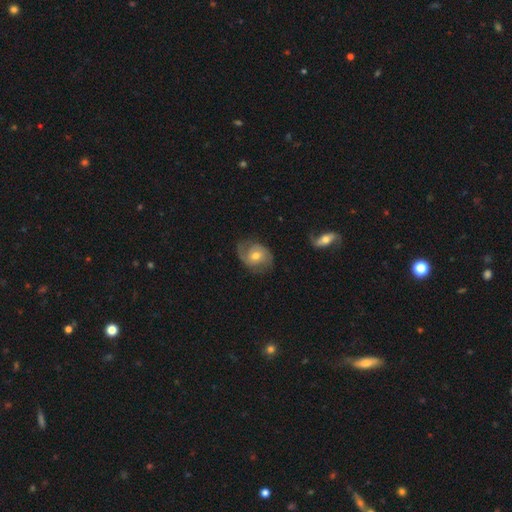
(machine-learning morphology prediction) smooth-or-featured: featured or disk: 69% | smooth: 24% | star or artifact: 7%
  disk-edge-on: no: 97% | yes: 3%
    bar: no: 63% | weak: 31% | strong: 6%
    has-spiral-arms: yes: 89% | no: 11%
      spiral-winding: medium: 43% | tight: 31% | loose: 26%
      spiral-arm-count: 2: 71% | can't tell: 12% | 1: 10% | 3: 4% | 4: 1% | more than 4: 1%
    bulge-size: moderate: 68% | small: 26% | large: 5% | none: 1% | dominant: 1%
  merging: none: 66% | minor disturbance: 22% | major disturbance: 11% | merger: 2%